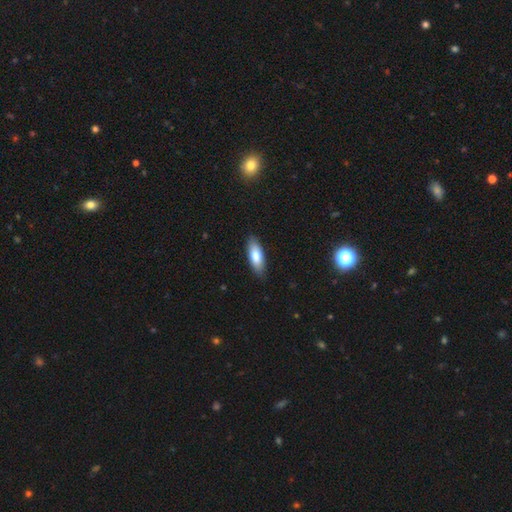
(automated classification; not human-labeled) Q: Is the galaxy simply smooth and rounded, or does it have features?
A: smooth — 77%.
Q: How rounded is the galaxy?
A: in between — 72%.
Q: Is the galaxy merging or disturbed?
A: none — 88%.